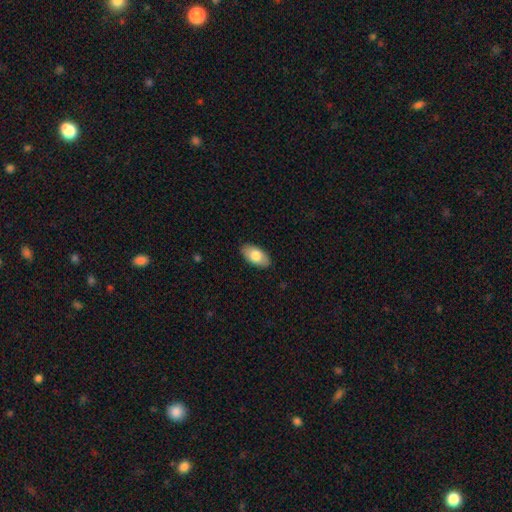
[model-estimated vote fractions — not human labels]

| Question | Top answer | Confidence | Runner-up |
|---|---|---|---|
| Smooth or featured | smooth | 79% | featured or disk (15%) |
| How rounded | in between | 94% | round (3%) |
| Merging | none | 88% | minor disturbance (9%) |